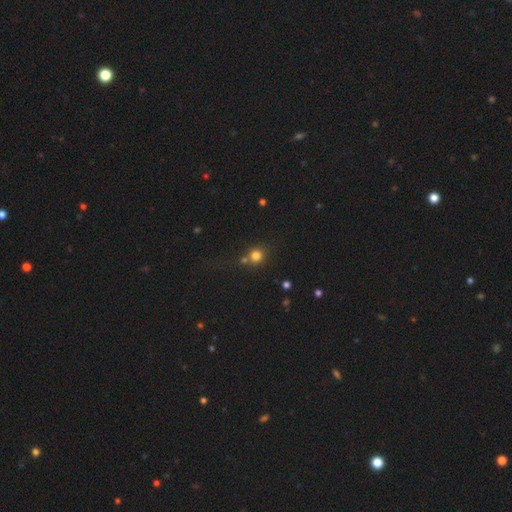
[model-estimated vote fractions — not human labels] This appears to be a smooth galaxy with no disk features (78%) that is round (88%). Merging: none (62%).